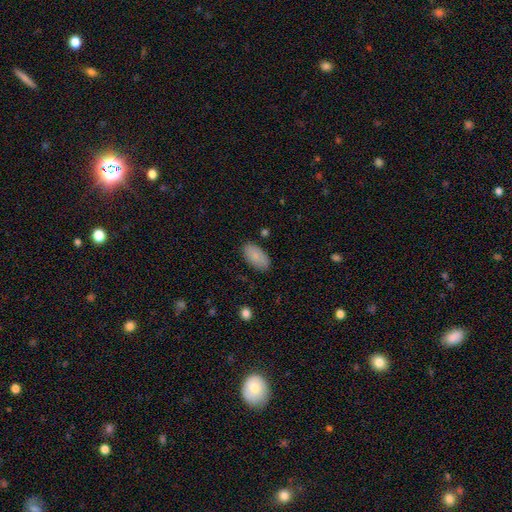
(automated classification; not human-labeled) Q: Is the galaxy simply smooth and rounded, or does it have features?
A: smooth — 83%.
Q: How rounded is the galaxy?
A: in between — 95%.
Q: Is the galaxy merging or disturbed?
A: none — 84%.